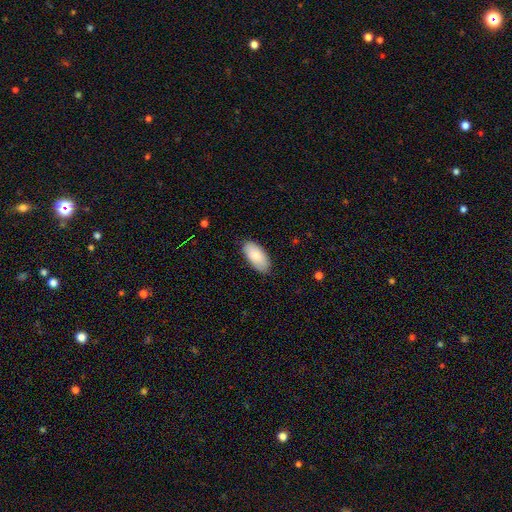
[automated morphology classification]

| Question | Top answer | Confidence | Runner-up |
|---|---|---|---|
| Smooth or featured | smooth | 84% | featured or disk (10%) |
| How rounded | in between | 94% | cigar-shaped (4%) |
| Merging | none | 86% | minor disturbance (11%) |